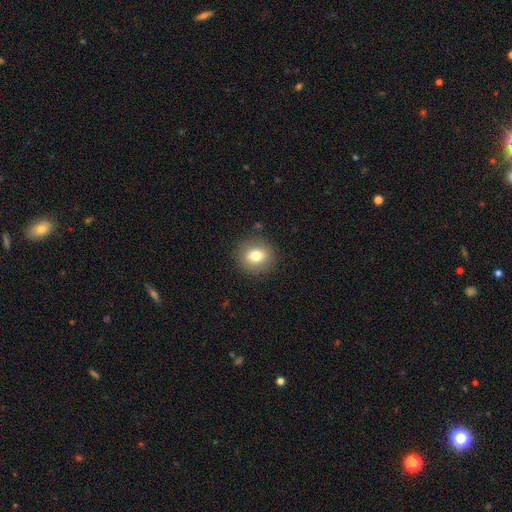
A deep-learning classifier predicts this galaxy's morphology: Smooth or featured: smooth — 75% (featured or disk — 15%)
How rounded: round — 79% (in between — 20%)
Merging: none — 88% (minor disturbance — 8%)